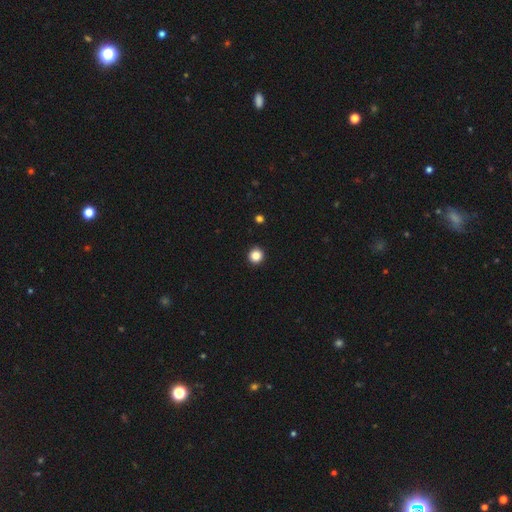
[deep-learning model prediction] smooth_or_featured: smooth (p=0.85) [alt: star or artifact p=0.11]
how_rounded: round (p=0.95) [alt: in between p=0.04]
merging: none (p=0.94) [alt: minor disturbance p=0.04]